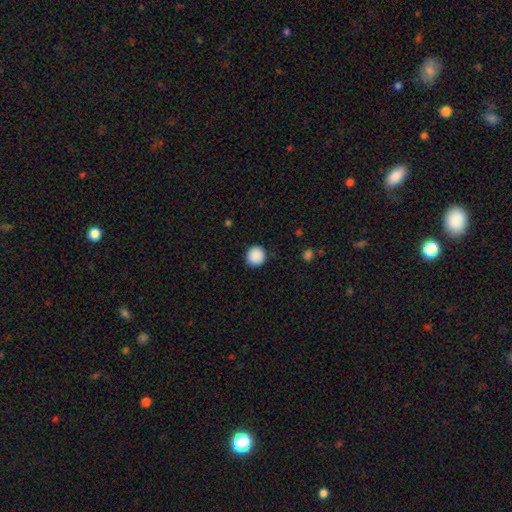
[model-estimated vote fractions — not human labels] Smooth or featured? Predicted: smooth (p=0.90). How rounded? Predicted: round (p=0.94). Merging? Predicted: none (p=0.91).